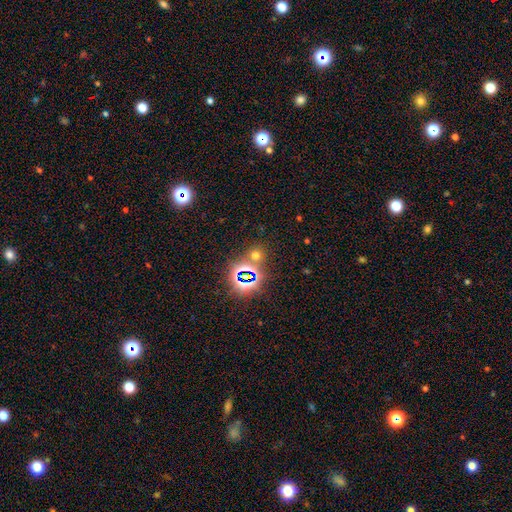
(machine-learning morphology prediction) Overall: smooth (47%; star or artifact 46%). Merging: none (74%).